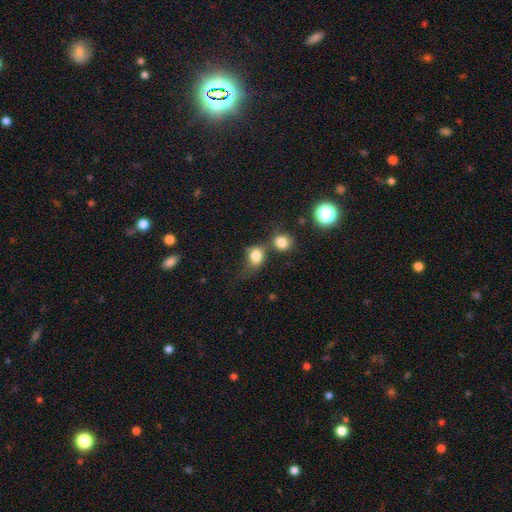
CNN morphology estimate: Smooth or featured? Predicted: smooth (p=0.81). How rounded? Predicted: in between (p=0.55). Merging? Predicted: none (p=0.34, tied with merger).